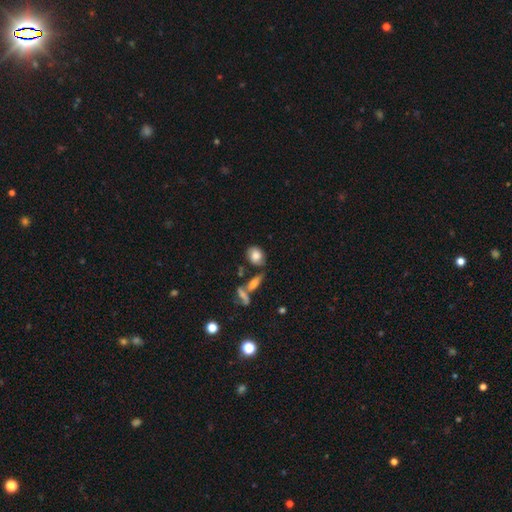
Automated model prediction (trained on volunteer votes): Smooth or featured: smooth — 74% (featured or disk — 18%)
How rounded: in between — 59% (round — 38%)
Merging: none — 57% (minor disturbance — 21%)